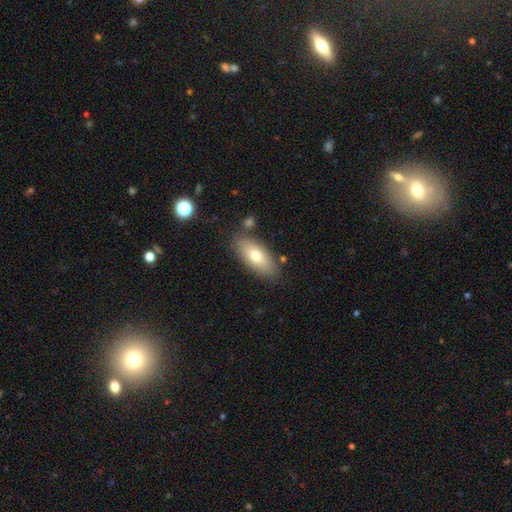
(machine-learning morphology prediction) smooth-or-featured: smooth: 72% | featured or disk: 21% | star or artifact: 7%
  how-rounded: in between: 84% | cigar-shaped: 13% | round: 3%
  merging: none: 81% | minor disturbance: 12% | merger: 4% | major disturbance: 3%